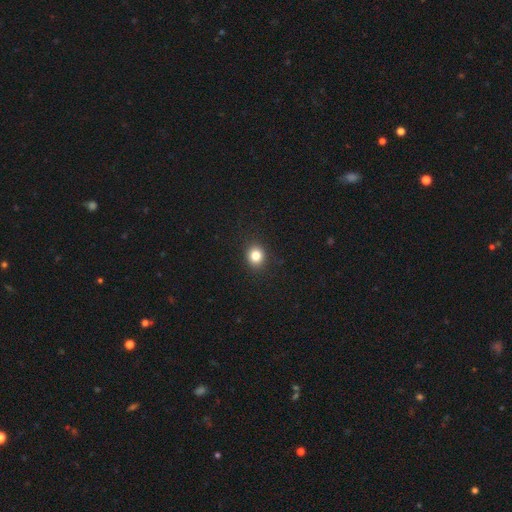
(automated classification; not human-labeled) Morphology: type=smooth (83%); roundness=round (72%); merging=none (90%).